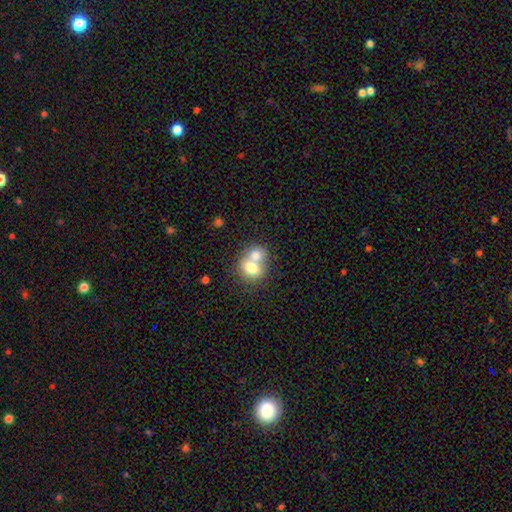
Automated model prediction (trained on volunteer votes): A smooth galaxy with no disk features (72%) that is round (57%). Merging: merger (71%).